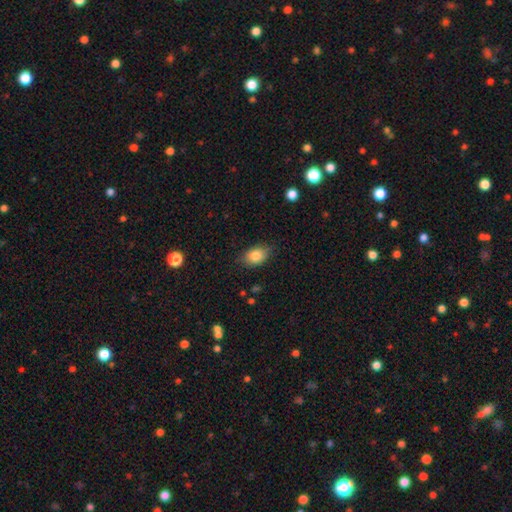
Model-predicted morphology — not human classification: Smooth or featured?
  - smooth: 83% *
  - featured or disk: 8%
  - star or artifact: 8%
How rounded?
  - in between: 79% *
  - round: 20%
  - cigar-shaped: 2%
Merging?
  - none: 77% *
  - minor disturbance: 18%
  - major disturbance: 4%
  - merger: 1%